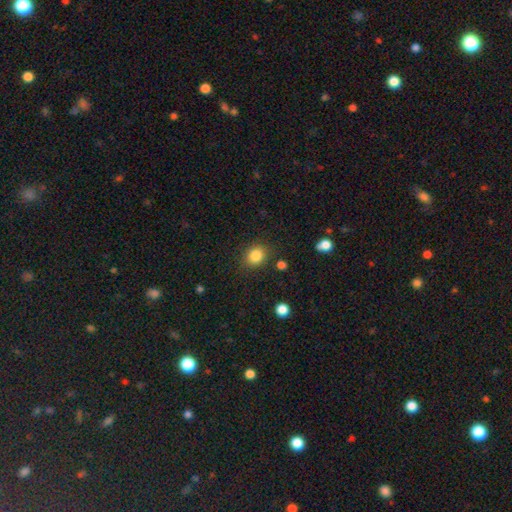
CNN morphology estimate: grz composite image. It shows a smooth galaxy with no disk features (85%) that is round (70%). Merging: none (84%).